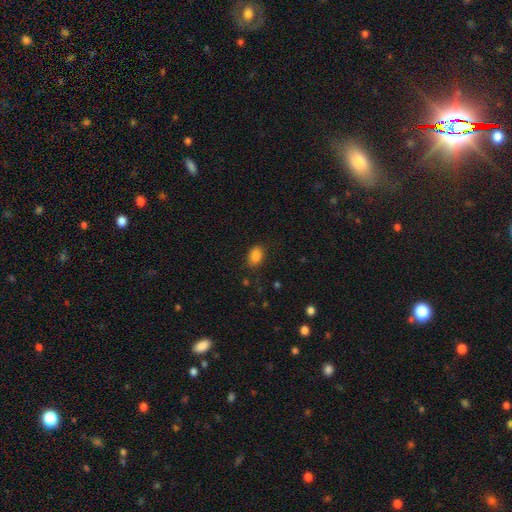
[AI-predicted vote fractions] smooth_or_featured: smooth (p=0.86) [alt: star or artifact p=0.10]
how_rounded: in between (p=0.83) [alt: round p=0.16]
merging: none (p=0.80) [alt: minor disturbance p=0.15]